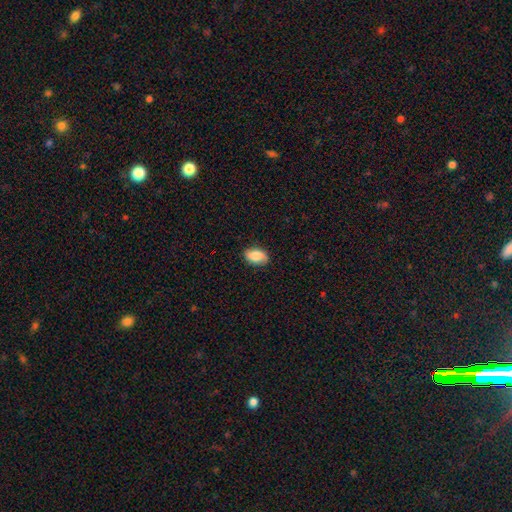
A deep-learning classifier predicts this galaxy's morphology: smooth 83%, featured or disk 10%, star or artifact 7%. Down the decision tree: how rounded — in between (90%); merging — none (85%).